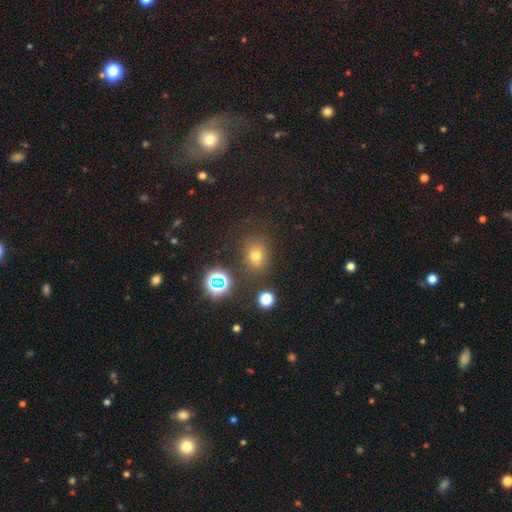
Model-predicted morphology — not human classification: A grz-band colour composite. It shows a smooth galaxy with no disk features (66%) that is round (63%). Merging: none (71%).